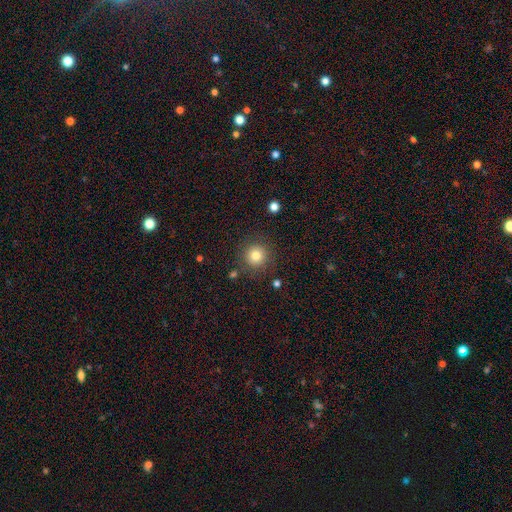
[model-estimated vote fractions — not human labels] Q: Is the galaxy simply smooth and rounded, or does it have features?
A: smooth — 80%.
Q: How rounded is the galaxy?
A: round — 94%.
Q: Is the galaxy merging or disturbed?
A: none — 87%.